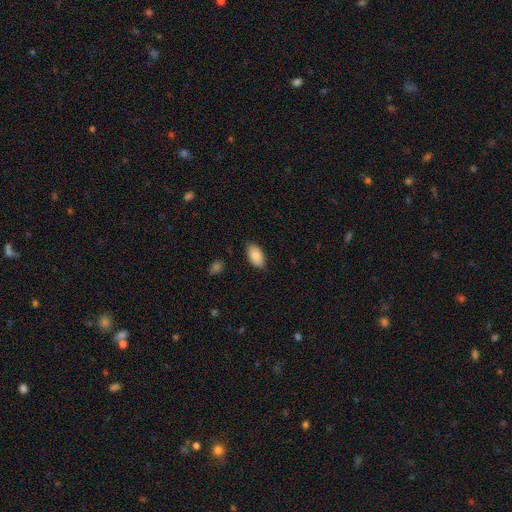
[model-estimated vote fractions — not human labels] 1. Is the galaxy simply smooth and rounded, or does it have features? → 88% smooth, 6% star or artifact, 5% featured or disk.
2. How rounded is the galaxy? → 95% in between, 3% round, 2% cigar-shaped.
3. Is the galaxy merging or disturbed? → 83% none, 13% minor disturbance, 3% major disturbance, 1% merger.